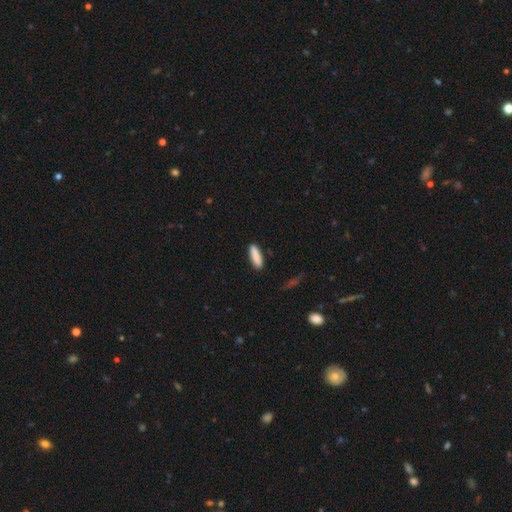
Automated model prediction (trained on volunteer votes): The model was most divided on "how rounded": cigar-shaped: 57%, in between: 41%, round: 2%. More confident: smooth or featured — smooth (87%); merging — none (86%).